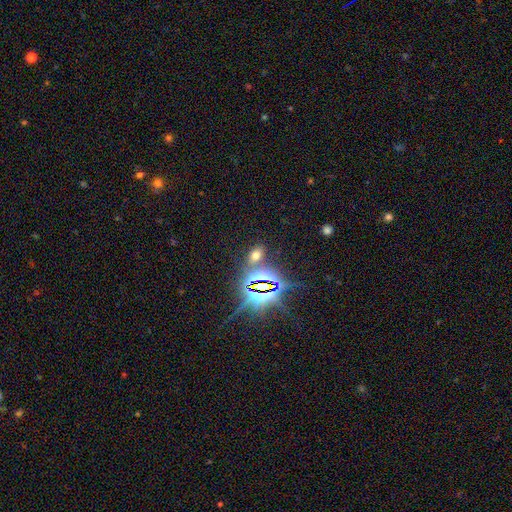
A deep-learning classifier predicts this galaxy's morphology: type=smooth (49%); merging=none (78%).